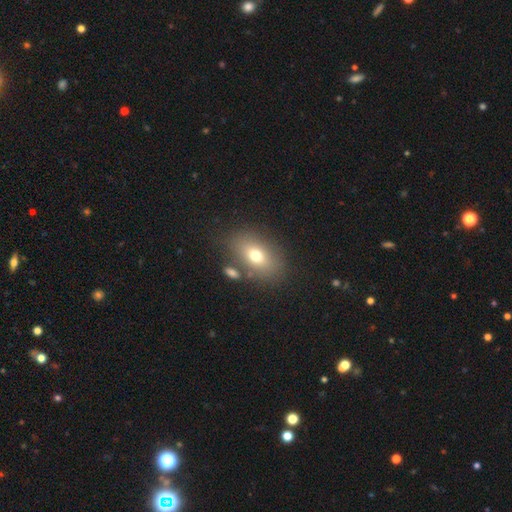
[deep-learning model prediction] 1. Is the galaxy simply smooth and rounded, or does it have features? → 71% smooth, 17% featured or disk, 11% star or artifact.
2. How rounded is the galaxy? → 83% in between, 15% round, 2% cigar-shaped.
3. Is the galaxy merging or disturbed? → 73% none, 12% minor disturbance, 9% merger, 5% major disturbance.